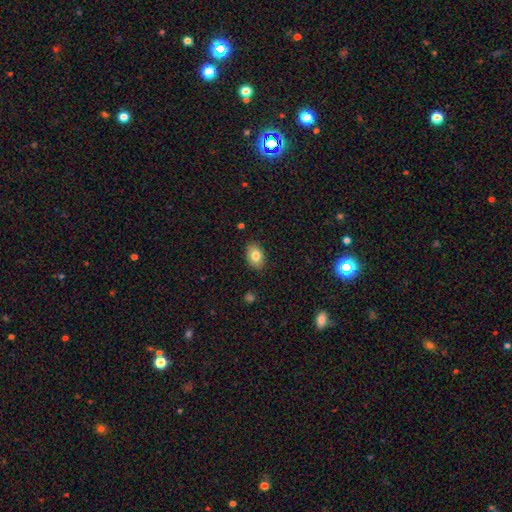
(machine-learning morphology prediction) Q: Smooth or featured?
A: smooth (82%); runner-up: featured or disk (10%)
Q: How rounded?
A: in between (85%); runner-up: round (14%)
Q: Merging?
A: none (87%); runner-up: minor disturbance (10%)